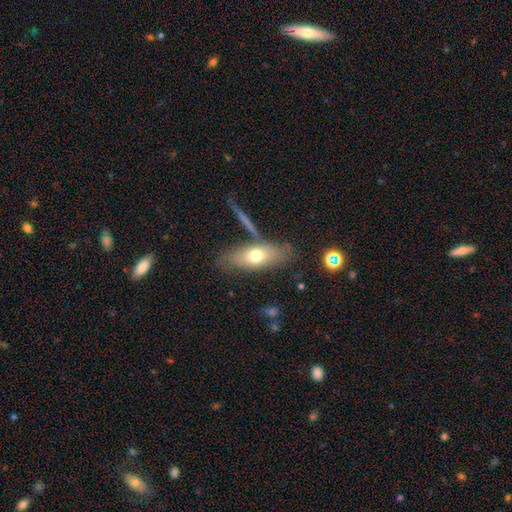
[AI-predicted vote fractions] This appears to be a smooth galaxy with no disk features (65%) that is in between round and cigar-shaped (77%). Merging: none (67%).